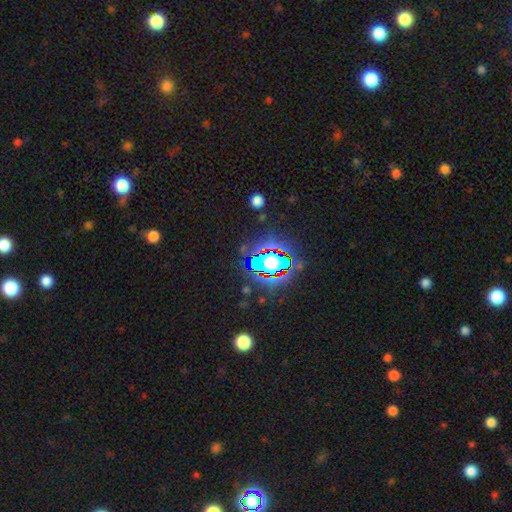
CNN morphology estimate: A star or artifact, not a galaxy (80%).

Vote fractions:
- Smooth or featured? star or artifact: 80% / smooth: 11% / featured or disk: 8%